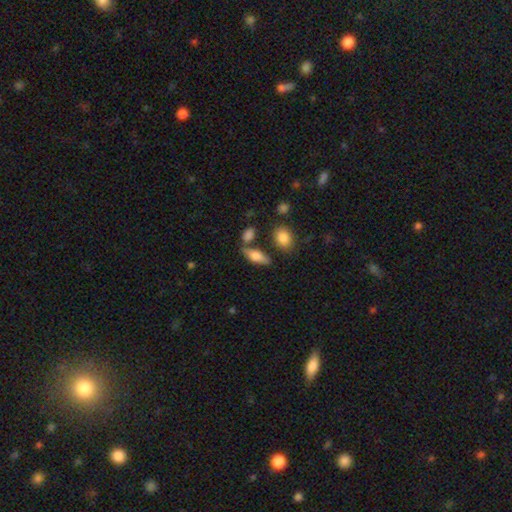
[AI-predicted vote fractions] Morphology: type=smooth (64%); roundness=in between (68%); merging=none (68%).